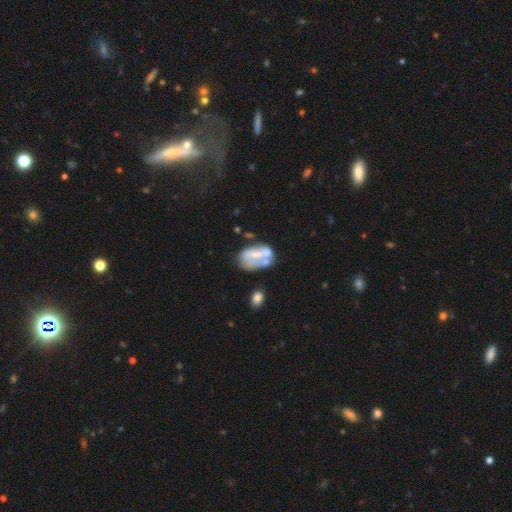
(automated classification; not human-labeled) smooth-or-featured: featured or disk: 50% | smooth: 41% | star or artifact: 9%
  disk-edge-on: no: 96% | yes: 4%
  merging: none: 34% | minor disturbance: 23% | merger: 23% | major disturbance: 20%